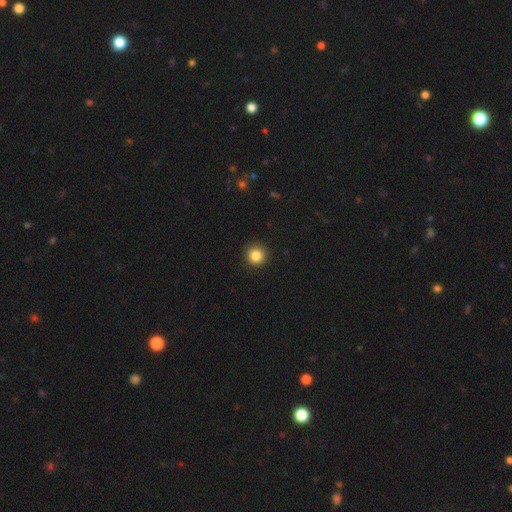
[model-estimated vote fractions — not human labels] This appears to be a smooth galaxy with no disk features (85%) that is round (95%). Merging: none (91%).